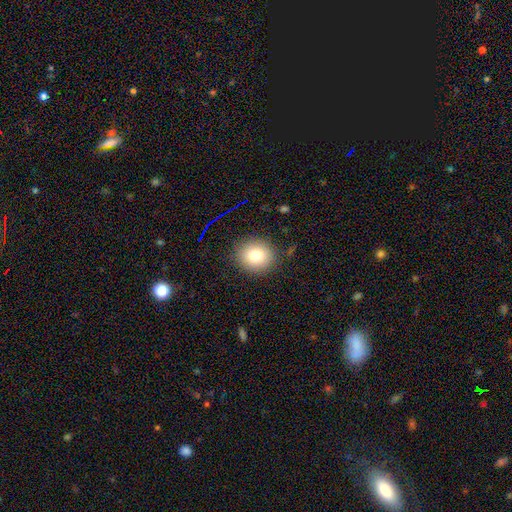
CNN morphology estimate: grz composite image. It shows a smooth galaxy with no disk features (79%) that is round (77%). Merging: none (87%).